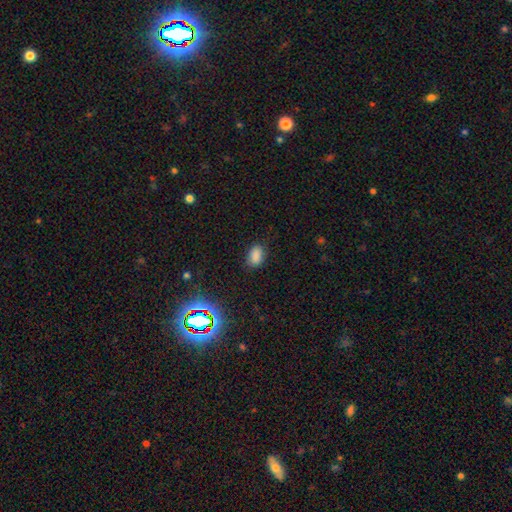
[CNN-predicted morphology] smooth_or_featured: smooth (p=0.84) [alt: star or artifact p=0.12]
how_rounded: in between (p=0.87) [alt: round p=0.11]
merging: none (p=0.82) [alt: minor disturbance p=0.14]